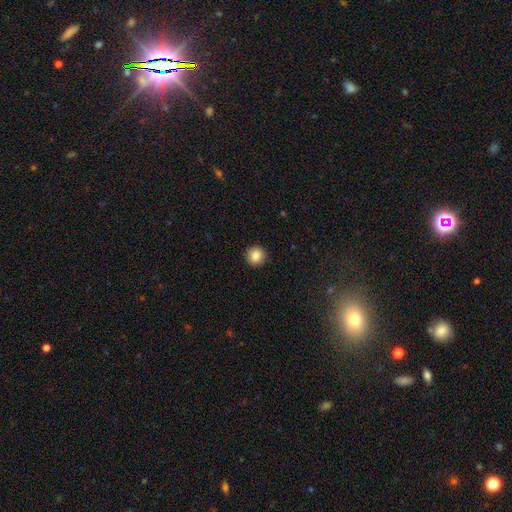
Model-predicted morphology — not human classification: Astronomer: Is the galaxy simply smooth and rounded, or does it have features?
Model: smooth — 86%.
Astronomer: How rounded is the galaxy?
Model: round — 94%.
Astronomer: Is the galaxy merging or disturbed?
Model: none — 93%.